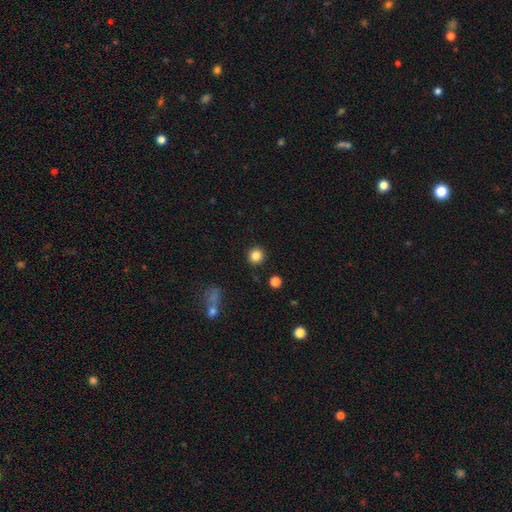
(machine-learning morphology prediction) Smooth or featured? smooth (85%)
How rounded? round (94%)
Merging? none (91%)